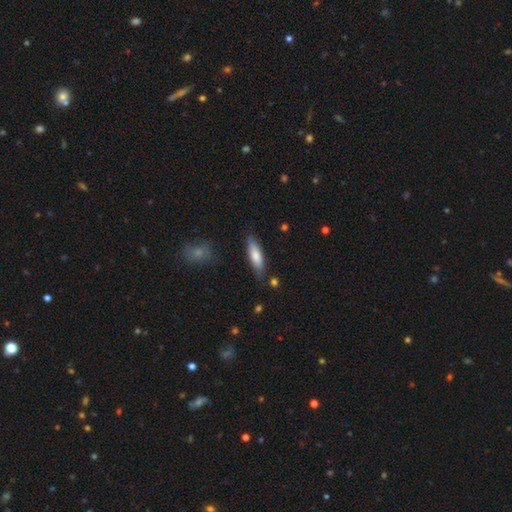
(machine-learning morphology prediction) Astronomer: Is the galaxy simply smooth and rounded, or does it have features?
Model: smooth — 77%.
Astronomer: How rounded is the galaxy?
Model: cigar-shaped — 54% (runner-up: in between, 44%).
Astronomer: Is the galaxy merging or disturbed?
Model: none — 80%.